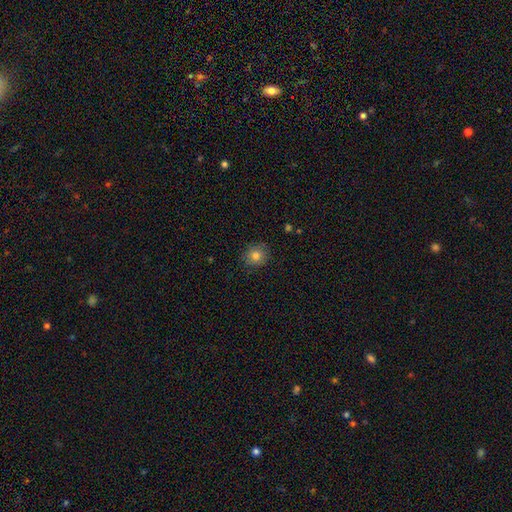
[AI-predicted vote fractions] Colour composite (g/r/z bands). It shows a smooth galaxy with no disk features (81%) that is round (81%). Merging: none (85%).